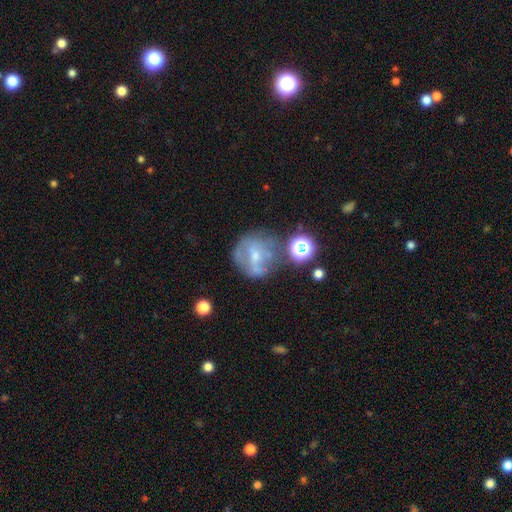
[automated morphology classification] featured or disk 50%, smooth 34%, star or artifact 16%. Down the decision tree: merging — none (48%).